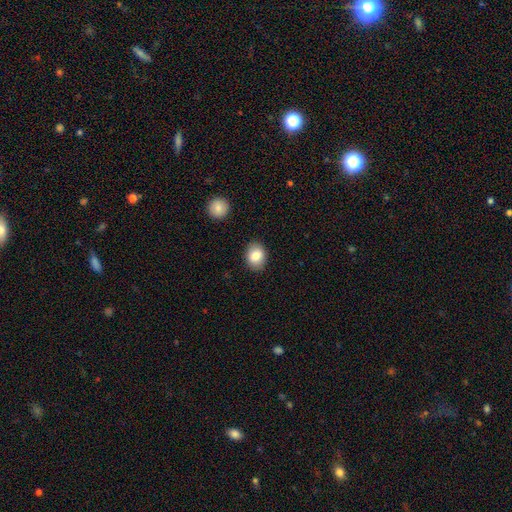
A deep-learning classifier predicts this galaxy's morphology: Overall: smooth (84%). How rounded: in between (57%; round 42%). Merging: none (87%).